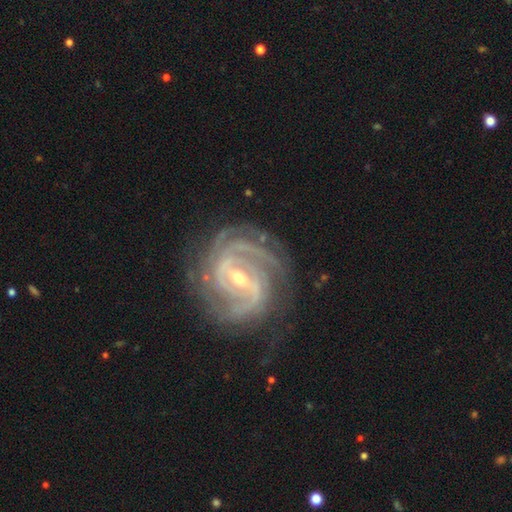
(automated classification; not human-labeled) This is clearly a featured or disk galaxy (92%). It is clearly not viewed edge-on (97%). Bar: marginally weak (43%, tied with strong). Spiral arm pattern: clearly yes (98%). Spiral arm count: marginally 3 (26%). Spiral winding: likely tight (70%). Central bulge: possibly small (54%). Merging: likely none (76%).